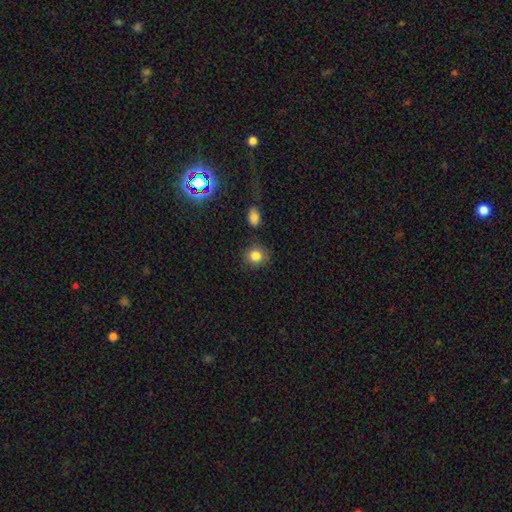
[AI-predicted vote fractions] Smooth or featured? Predicted: smooth (p=0.82). How rounded? Predicted: round (p=0.82). Merging? Predicted: none (p=0.82).